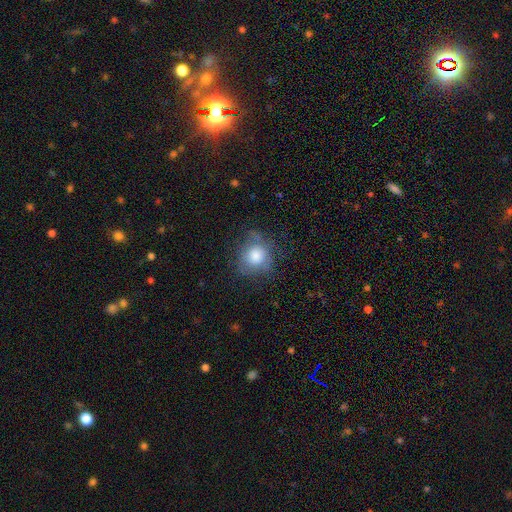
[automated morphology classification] Smooth or featured? Predicted: smooth (p=0.70). How rounded? Predicted: round (p=0.77). Merging? Predicted: none (p=0.59).